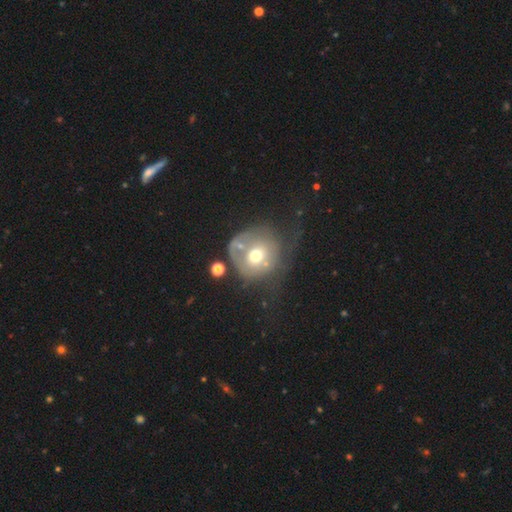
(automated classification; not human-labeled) Morphology: type=smooth (51%); roundness=round (83%); merging=major disturbance (34%).